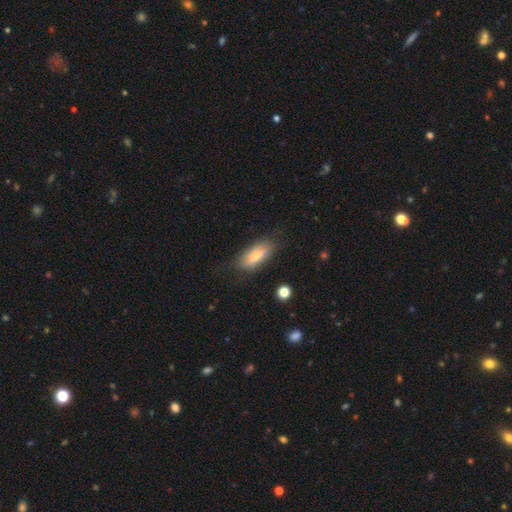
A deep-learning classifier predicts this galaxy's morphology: Overall: smooth (73%). How rounded: in between (79%). Merging: none (73%).